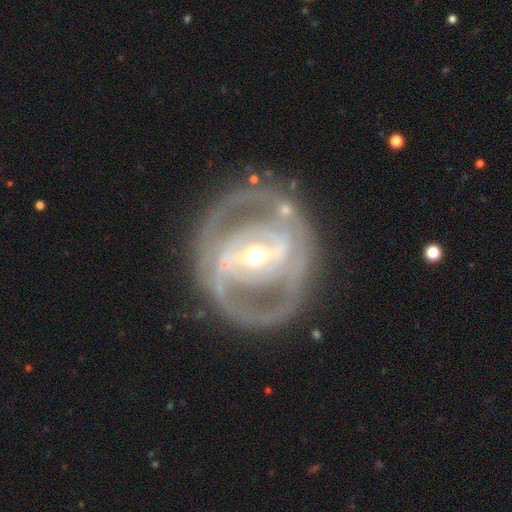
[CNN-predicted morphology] featured or disk 86%, smooth 9%, star or artifact 5%. Down the decision tree: edge-on disk — no (95%); bar — strong (57%); spiral arms — yes (74%); spiral arm count — 2 (64%); spiral winding — tight (49%); bulge size — small (48%); merging — none (72%).